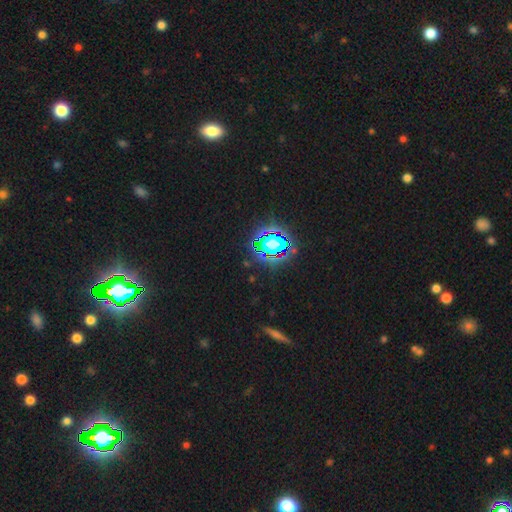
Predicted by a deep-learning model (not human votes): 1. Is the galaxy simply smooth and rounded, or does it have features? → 80% star or artifact, 12% smooth, 8% featured or disk.